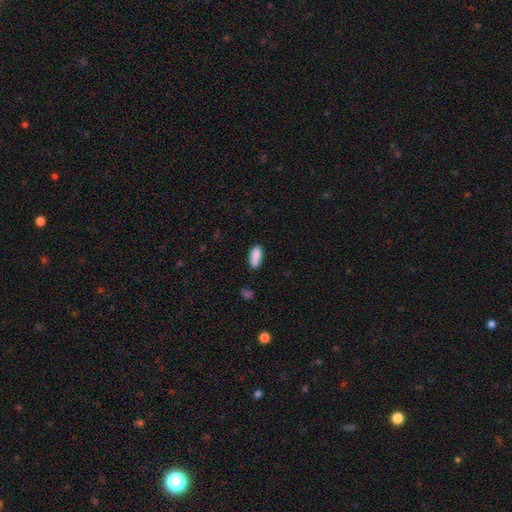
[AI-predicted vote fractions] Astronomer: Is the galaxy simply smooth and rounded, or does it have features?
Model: smooth — 86%.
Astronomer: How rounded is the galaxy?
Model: in between — 83%.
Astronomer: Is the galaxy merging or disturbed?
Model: none — 71%.